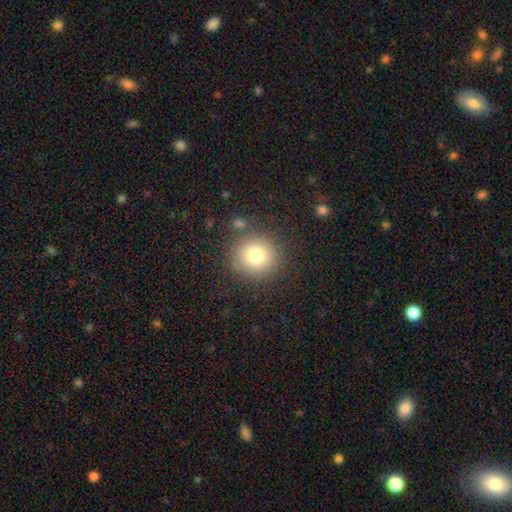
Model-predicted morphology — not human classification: smooth_or_featured: smooth (p=0.76) [alt: star or artifact p=0.13]
how_rounded: round (p=0.94) [alt: in between p=0.05]
merging: none (p=0.85) [alt: minor disturbance p=0.08]